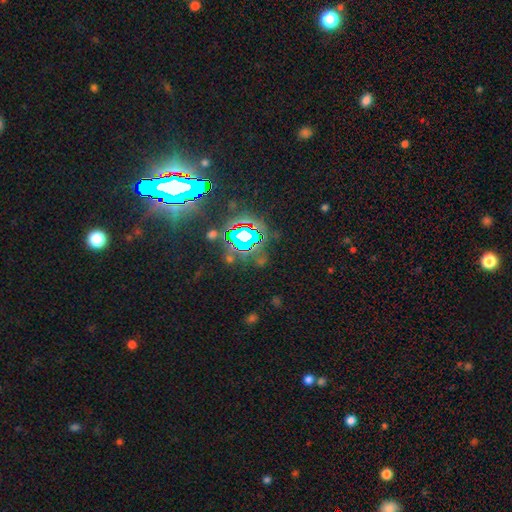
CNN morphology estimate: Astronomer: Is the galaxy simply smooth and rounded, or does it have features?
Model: star or artifact — 85%.